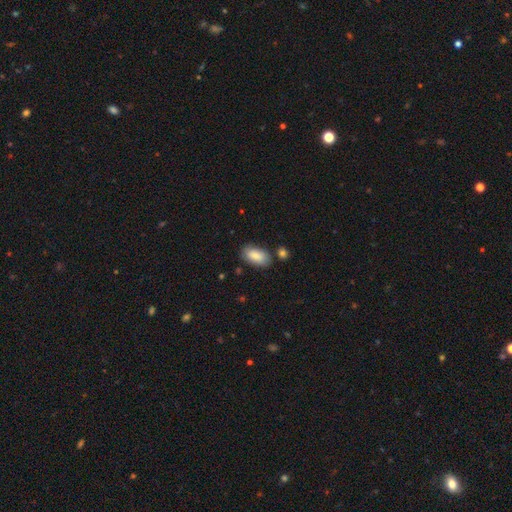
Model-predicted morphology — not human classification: A smooth galaxy with no disk features (82%) that is in between round and cigar-shaped (94%).

Vote fractions:
- Smooth or featured? smooth: 82% / featured or disk: 11% / star or artifact: 6%
- How rounded? in between: 94% / cigar-shaped: 3% / round: 3%
- Merging? none: 77% / minor disturbance: 15% / merger: 5% / major disturbance: 3%